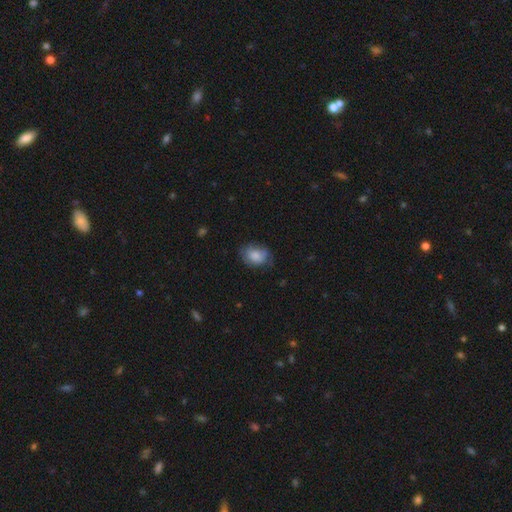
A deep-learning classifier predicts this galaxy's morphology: A smooth galaxy with no disk features (80%) that is in between round and cigar-shaped (69%). Merging: none (61%).